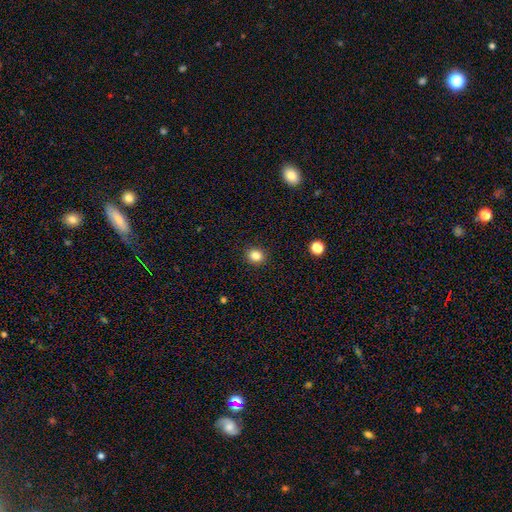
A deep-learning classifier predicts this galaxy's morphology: Smooth or featured: smooth — 84% (star or artifact — 12%)
How rounded: round — 79% (in between — 20%)
Merging: none — 92% (minor disturbance — 5%)